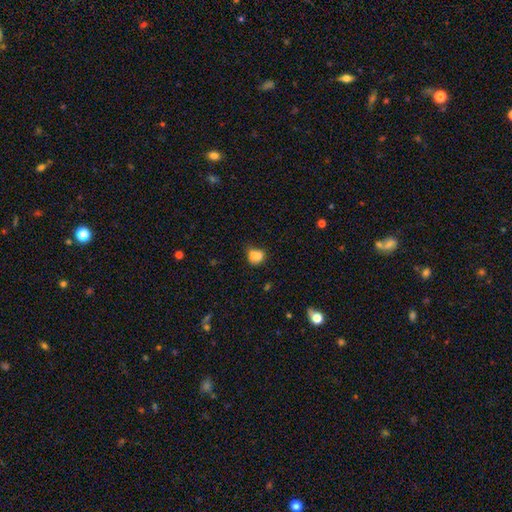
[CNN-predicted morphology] The model was most divided on "merging": none: 42%, merger: 30%, minor disturbance: 21%, major disturbance: 8%. More confident: smooth or featured — smooth (78%); how rounded — round (58%).